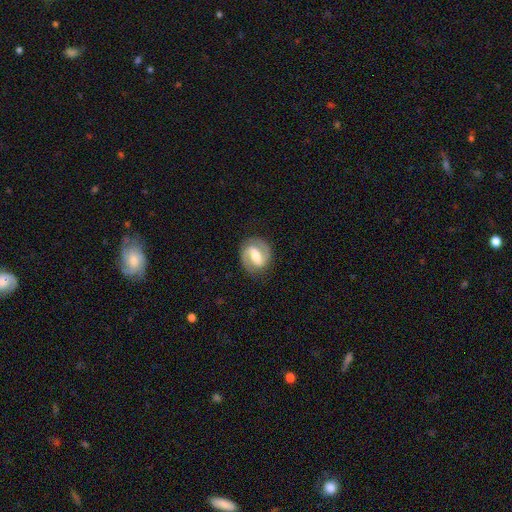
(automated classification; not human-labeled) Smooth or featured: featured or disk — 83% (smooth — 12%)
Edge-on disk: no — 97% (yes — 3%)
Bar: strong — 47% (weak — 40%)
Spiral arms: yes — 93% (no — 7%)
Spiral winding: medium — 52% (tight — 27%)
Spiral arm count: 2 — 92% (can't tell — 3%)
Bulge size: moderate — 62% (small — 22%)
Merging: none — 85% (minor disturbance — 10%)